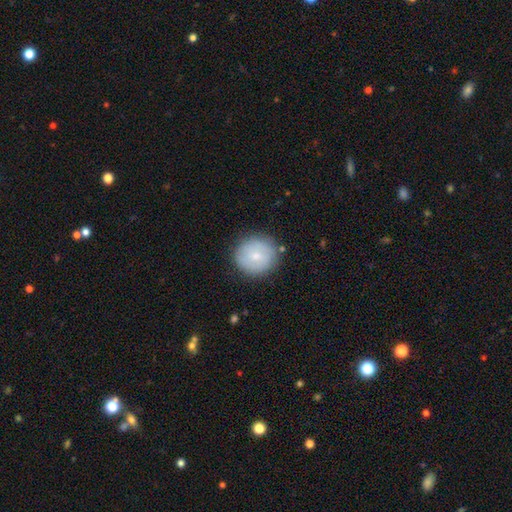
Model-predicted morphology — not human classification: Overall: smooth (64%; featured or disk 29%). How rounded: round (92%). Merging: none (83%).